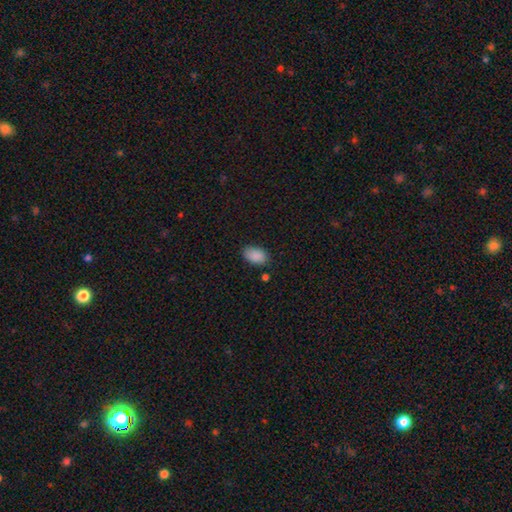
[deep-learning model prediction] This appears to be a smooth galaxy with no disk features (89%) that is in between round and cigar-shaped (90%). Merging: none (78%).